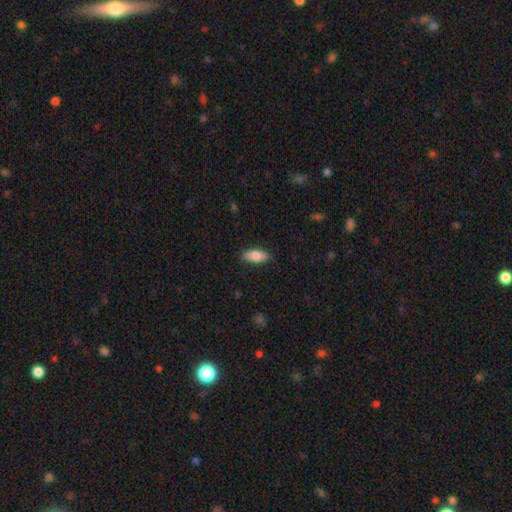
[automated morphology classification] Q: Smooth or featured?
A: smooth (80%); runner-up: featured or disk (14%)
Q: How rounded?
A: in between (81%); runner-up: cigar-shaped (17%)
Q: Merging?
A: none (86%); runner-up: minor disturbance (11%)